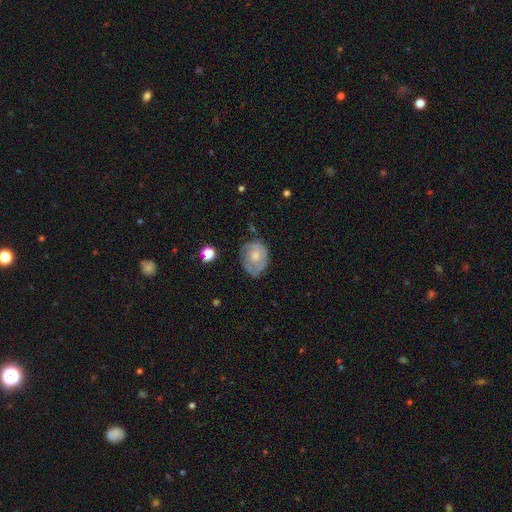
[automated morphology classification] Smooth or featured? Predicted: smooth (p=0.51). How rounded? Predicted: in between (p=0.51). Merging? Predicted: none (p=0.56).